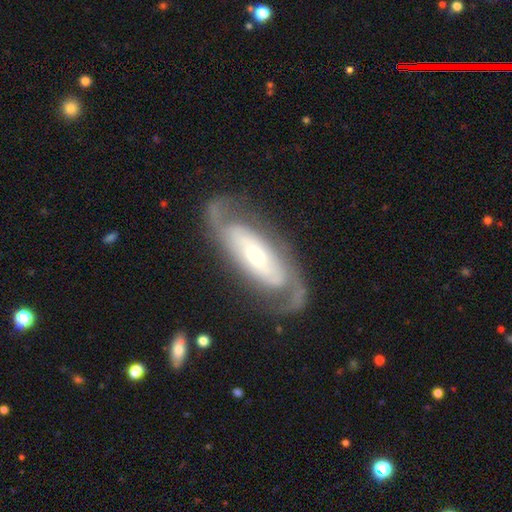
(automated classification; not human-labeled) smooth_or_featured: featured or disk (p=0.81) [alt: smooth p=0.14]
disk_edge_on: no (p=0.89) [alt: yes p=0.11]
bar: no (p=0.56) [alt: weak p=0.25]
has_spiral_arms: yes (p=0.88) [alt: no p=0.12]
spiral_winding: medium (p=0.39) [alt: tight p=0.38]
spiral_arm_count: 2 (p=0.78) [alt: can't tell p=0.13]
bulge_size: moderate (p=0.48) [alt: small p=0.43]
merging: none (p=0.69) [alt: minor disturbance p=0.16]